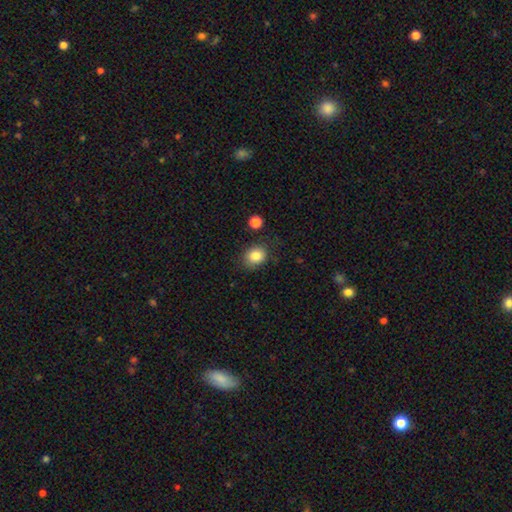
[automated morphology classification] smooth_or_featured: smooth (p=0.84) [alt: star or artifact p=0.10]
how_rounded: round (p=0.54) [alt: in between p=0.45]
merging: none (p=0.79) [alt: minor disturbance p=0.14]